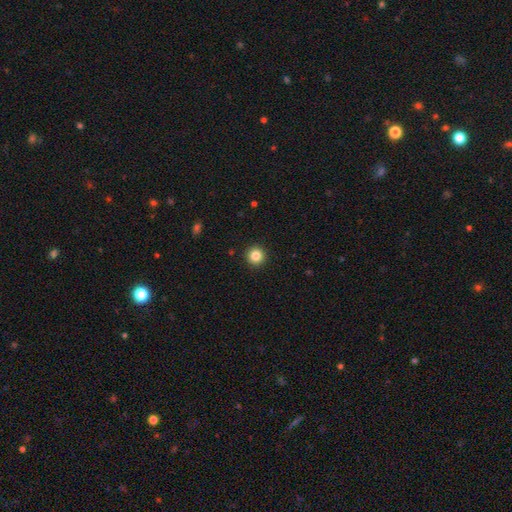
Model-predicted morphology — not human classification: A smooth galaxy with no disk features (84%) that is round (96%). Merging: none (93%).